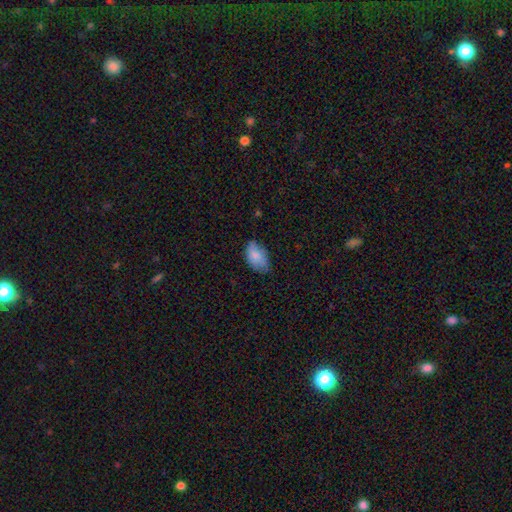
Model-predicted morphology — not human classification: This is likely a smooth galaxy (80%). How rounded: clearly in between (93%). Merging: possibly none (59%).